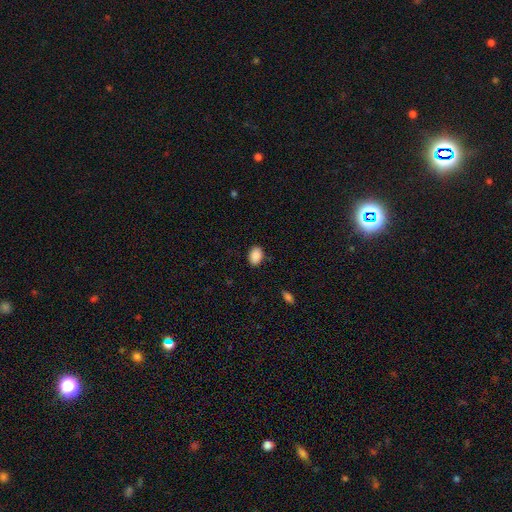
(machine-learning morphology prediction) type=smooth (90%); roundness=in between (84%); merging=none (87%).